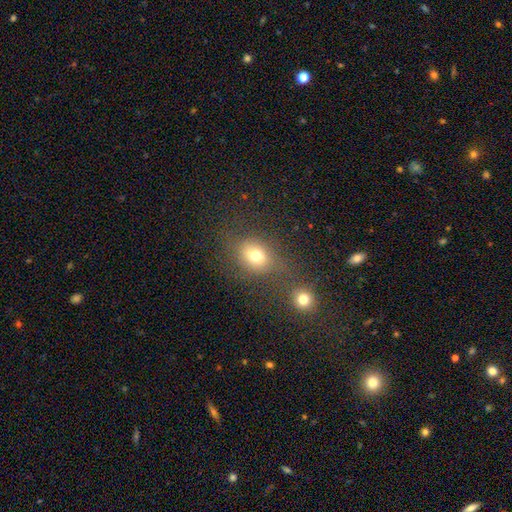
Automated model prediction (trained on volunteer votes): smooth_or_featured: smooth (p=0.72) [alt: star or artifact p=0.16]
how_rounded: round (p=0.54) [alt: in between p=0.44]
merging: none (p=0.59) [alt: merger p=0.21]